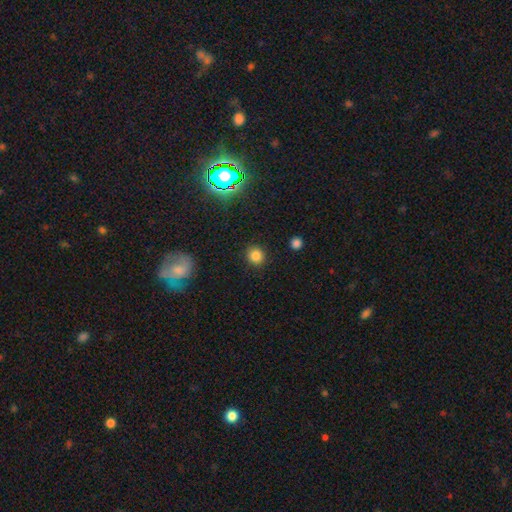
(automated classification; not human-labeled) Smooth or featured? Predicted: smooth (p=0.81). How rounded? Predicted: round (p=0.88). Merging? Predicted: none (p=0.90).